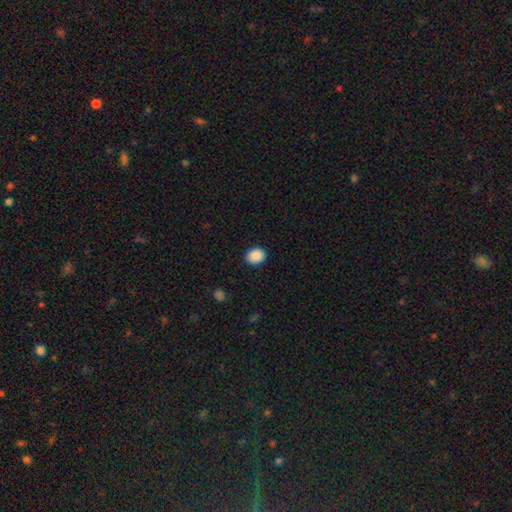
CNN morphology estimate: A smooth galaxy with no disk features (90%) that is round (50%). Merging: none (90%).